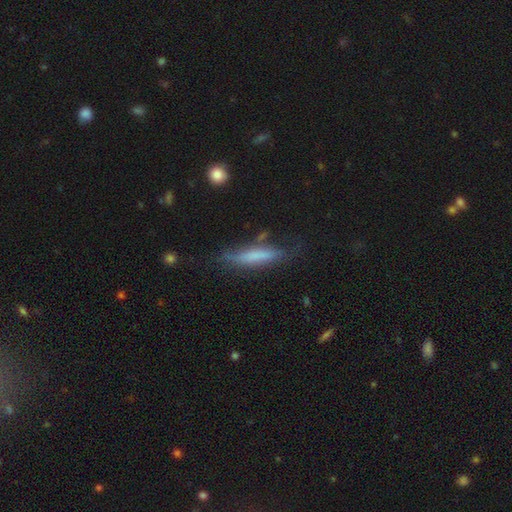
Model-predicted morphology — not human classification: A smooth galaxy with no disk features (60%) that is cigar-shaped (84%). Merging: none (63%).